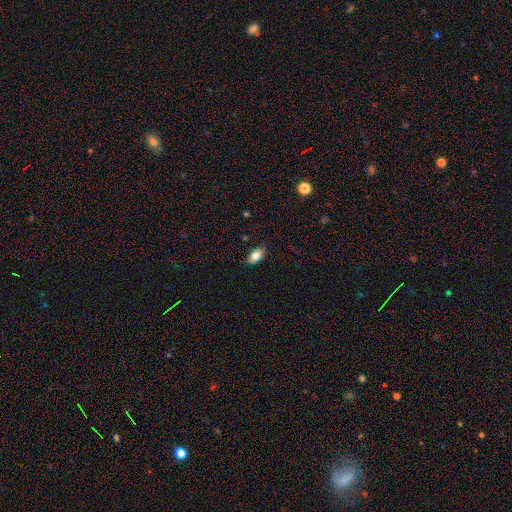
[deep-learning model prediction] This appears to be a smooth galaxy with no disk features (82%) that is in between round and cigar-shaped (90%). Merging: none (83%).